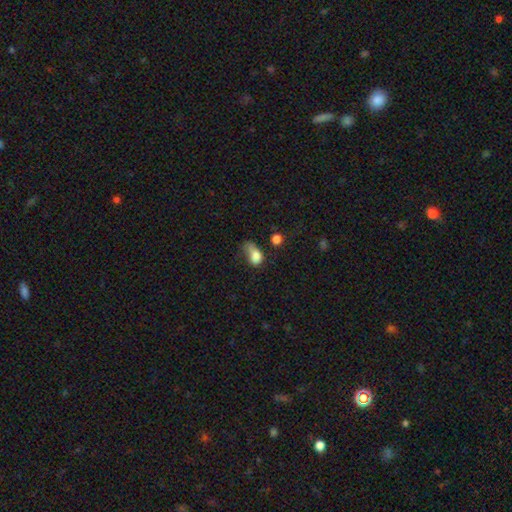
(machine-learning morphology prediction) smooth-or-featured: smooth: 76% | featured or disk: 14% | star or artifact: 11%
  how-rounded: in between: 80% | round: 18% | cigar-shaped: 2%
  merging: major disturbance: 42% | minor disturbance: 29% | none: 19% | merger: 10%